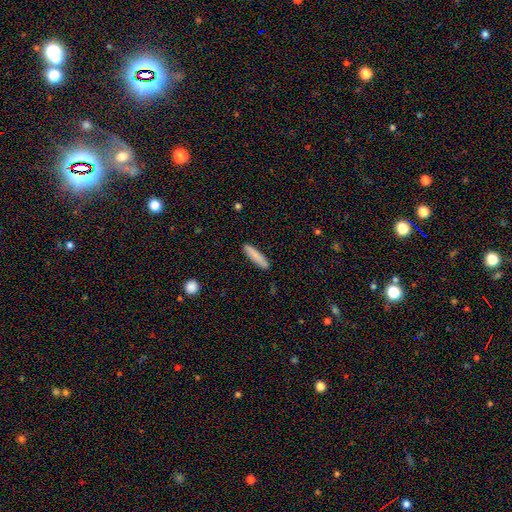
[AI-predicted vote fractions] smooth_or_featured: smooth (p=0.85) [alt: featured or disk p=0.09]
how_rounded: cigar-shaped (p=0.85) [alt: in between p=0.14]
merging: none (p=0.89) [alt: minor disturbance p=0.08]